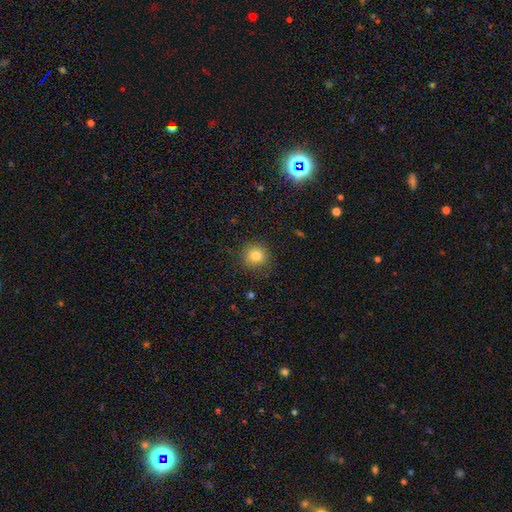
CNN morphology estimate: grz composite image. It shows a smooth galaxy with no disk features (80%) that is round (92%). Merging: none (88%).